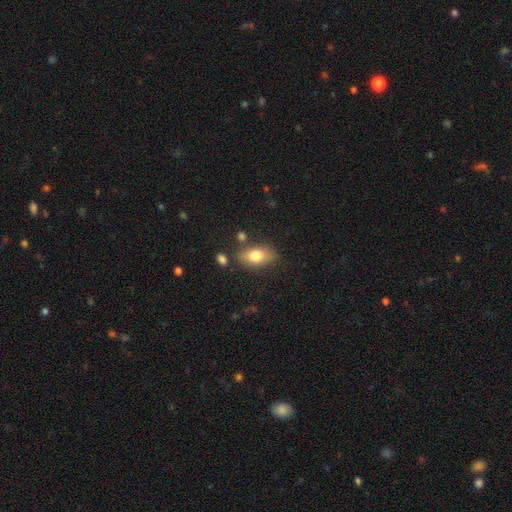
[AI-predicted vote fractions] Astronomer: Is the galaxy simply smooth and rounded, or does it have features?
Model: smooth — 76%.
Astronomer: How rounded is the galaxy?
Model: in between — 87%.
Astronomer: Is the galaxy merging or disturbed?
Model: none — 77%.